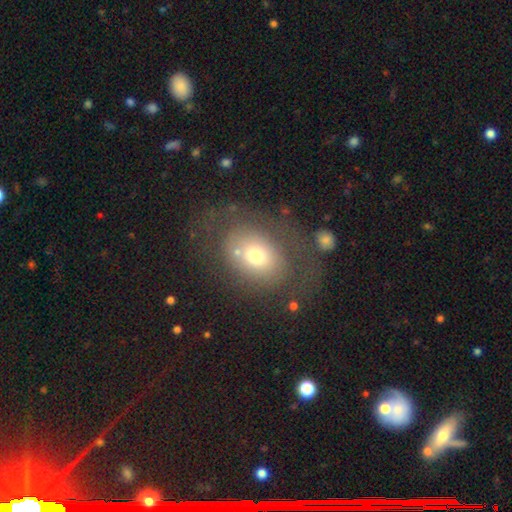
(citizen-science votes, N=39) A smooth galaxy with no disk features (49%) that is in between round and cigar-shaped (63%).

Vote fractions:
- Smooth or featured? smooth: 49% / featured or disk: 46% / star or artifact: 5%
- How rounded? in between: 63% / round: 37% / cigar-shaped: 0%
- Merging? none: 51% / major disturbance: 32% / minor disturbance: 11% / merger: 5%